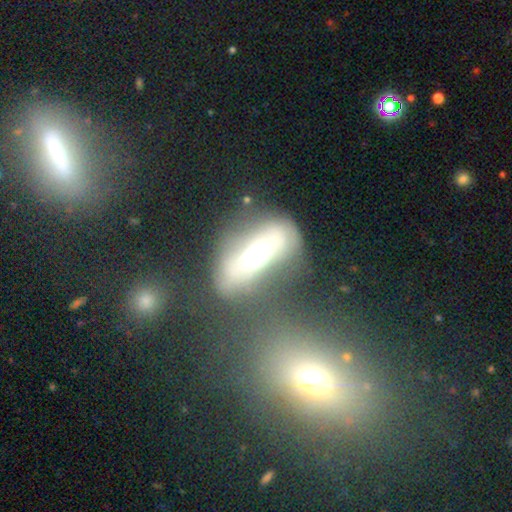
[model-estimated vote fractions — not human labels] featured or disk 46%, smooth 44%, star or artifact 10%. Down the decision tree: merging — none (40%).